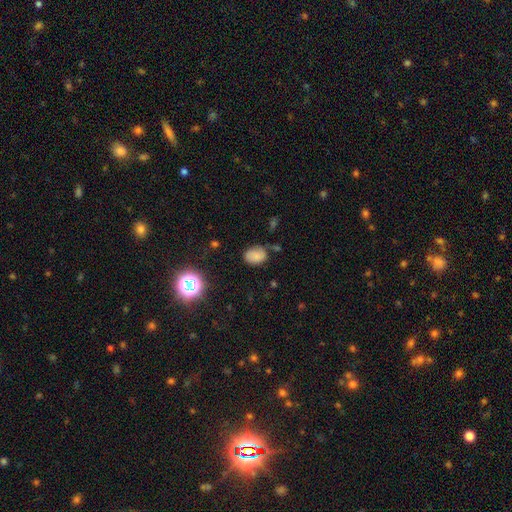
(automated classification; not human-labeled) Q: Smooth or featured?
A: smooth (77%); runner-up: star or artifact (14%)
Q: How rounded?
A: in between (75%); runner-up: round (24%)
Q: Merging?
A: none (68%); runner-up: minor disturbance (23%)